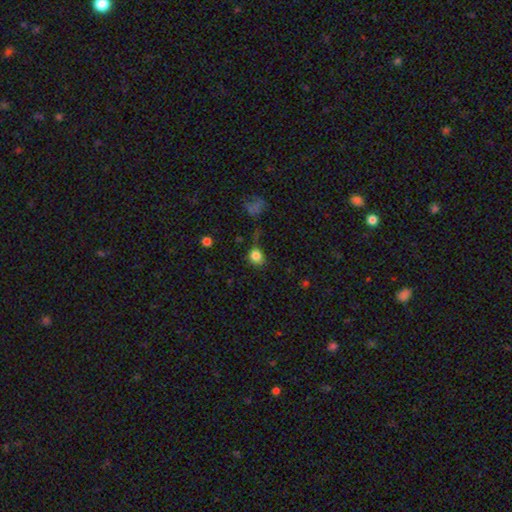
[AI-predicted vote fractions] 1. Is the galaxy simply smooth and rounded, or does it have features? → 83% smooth, 12% star or artifact, 6% featured or disk.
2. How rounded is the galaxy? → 77% round, 22% in between, 1% cigar-shaped.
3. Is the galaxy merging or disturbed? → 61% none, 21% minor disturbance, 11% major disturbance, 7% merger.